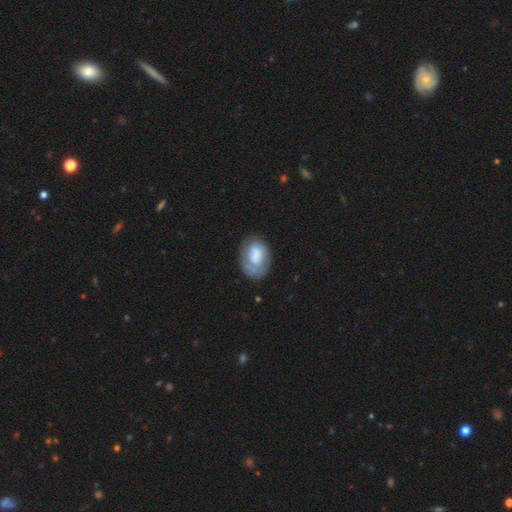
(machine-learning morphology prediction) Smooth or featured? smooth (60%)
How rounded? in between (81%)
Merging? none (58%)